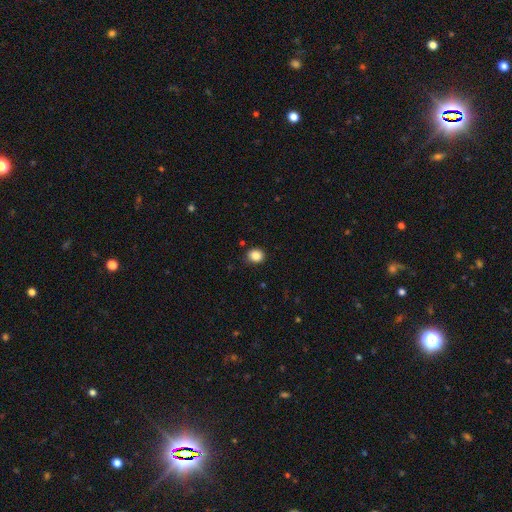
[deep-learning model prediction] This is clearly a smooth galaxy (87%). How rounded: likely round (70%). Merging: clearly none (86%).